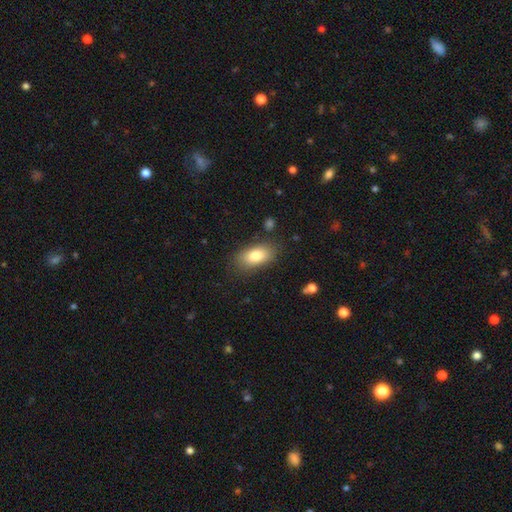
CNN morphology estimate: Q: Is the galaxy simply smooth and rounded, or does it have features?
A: smooth — 80%.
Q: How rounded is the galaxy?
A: in between — 90%.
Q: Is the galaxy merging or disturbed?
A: none — 82%.